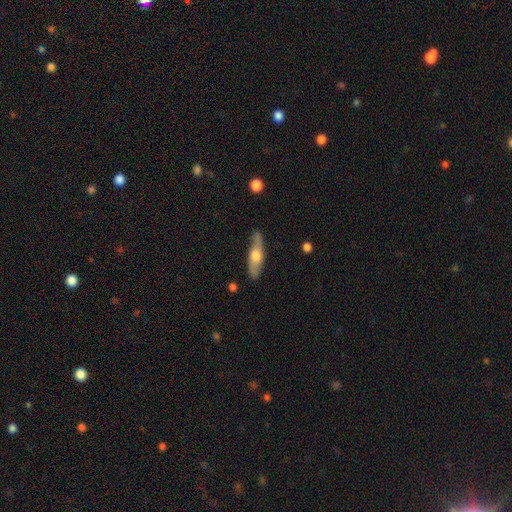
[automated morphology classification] smooth 49%, featured or disk 46%, star or artifact 5%. Down the decision tree: merging — none (82%).